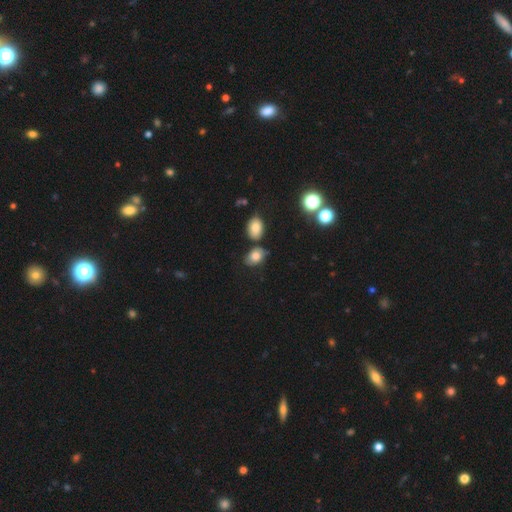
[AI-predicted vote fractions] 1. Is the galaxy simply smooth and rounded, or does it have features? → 74% smooth, 13% featured or disk, 12% star or artifact.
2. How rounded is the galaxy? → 78% in between, 20% round, 1% cigar-shaped.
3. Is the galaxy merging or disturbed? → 62% none, 20% minor disturbance, 13% merger, 5% major disturbance.